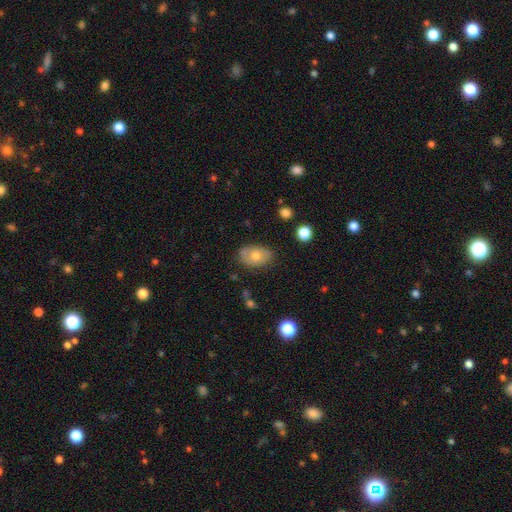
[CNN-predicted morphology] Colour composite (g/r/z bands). It shows a smooth galaxy with no disk features (61%) that is in between round and cigar-shaped (85%). Merging: none (77%).